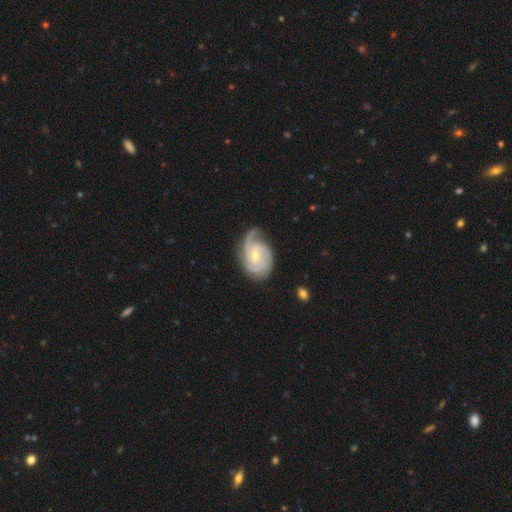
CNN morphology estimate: Overall: featured or disk (89%). Edge-on disk: no (98%). Bar: no (53%; weak 39%). Spiral arms: yes (98%). Spiral arm count: 3 (40%; 2 29%). Spiral winding: tight (58%; medium 35%). Bulge size: small (58%; moderate 39%). Merging: none (69%).